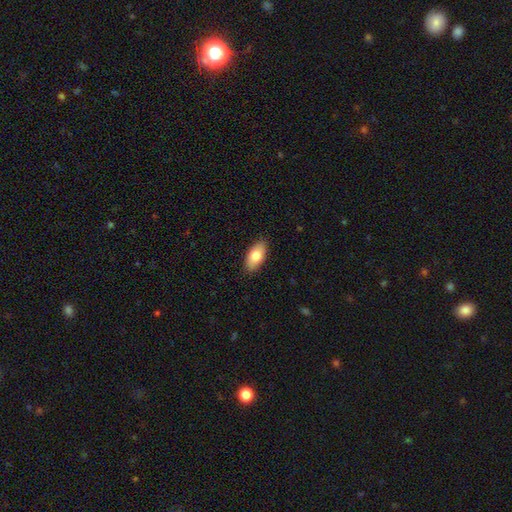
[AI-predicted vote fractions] Morphology: type=smooth (78%); roundness=in between (91%); merging=none (89%).